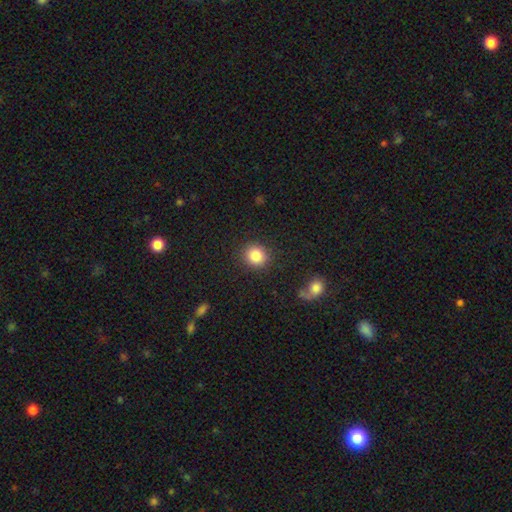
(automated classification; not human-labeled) The model was most divided on "how rounded": round: 85%, in between: 14%, cigar-shaped: 1%. More confident: merging — none (89%); smooth or featured — smooth (84%).